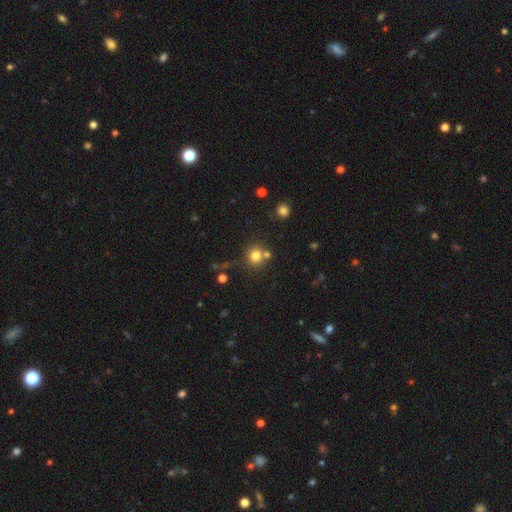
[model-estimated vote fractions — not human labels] A smooth galaxy with no disk features (79%) that is round (89%). Merging: none (66%).